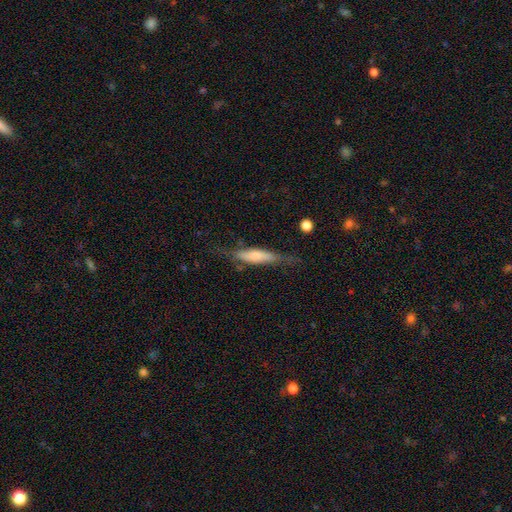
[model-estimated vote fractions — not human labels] A smooth galaxy with no disk features (53%) that is cigar-shaped (80%). Merging: none (64%).